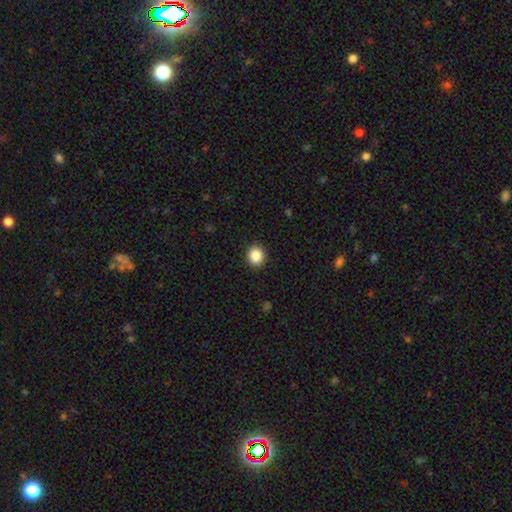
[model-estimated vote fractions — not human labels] Smooth or featured? Predicted: smooth (p=0.87). How rounded? Predicted: round (p=0.83). Merging? Predicted: none (p=0.91).